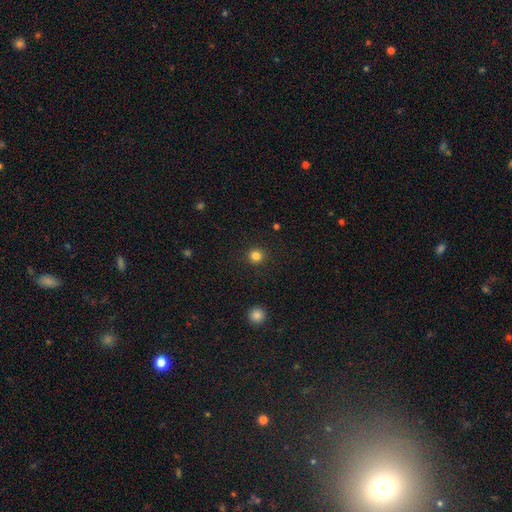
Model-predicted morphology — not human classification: The model was most divided on "smooth or featured": smooth: 82%, star or artifact: 13%, featured or disk: 5%. More confident: how rounded — round (93%); merging — none (91%).